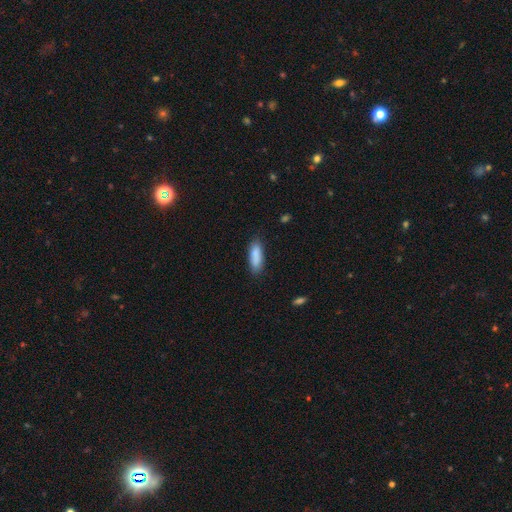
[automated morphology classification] This is clearly a smooth galaxy (88%). How rounded: possibly in between (57%). Merging: clearly none (84%).